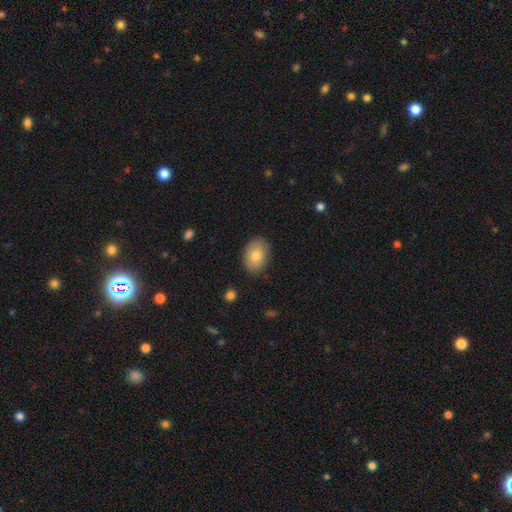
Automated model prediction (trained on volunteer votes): Smooth or featured?
  - smooth: 79% *
  - featured or disk: 13%
  - star or artifact: 8%
How rounded?
  - in between: 81% *
  - round: 18%
  - cigar-shaped: 1%
Merging?
  - none: 86% *
  - minor disturbance: 10%
  - major disturbance: 2%
  - merger: 1%